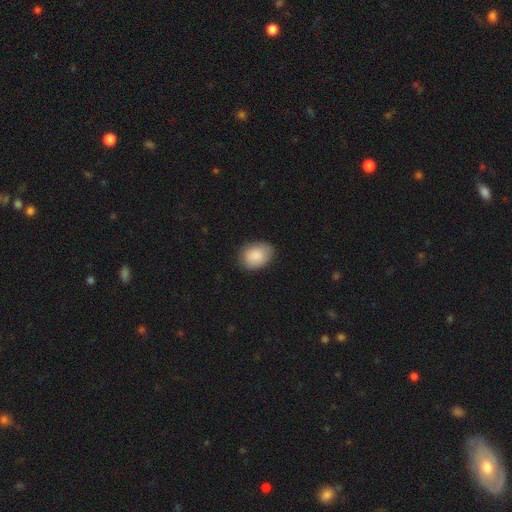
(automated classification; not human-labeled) This is clearly a smooth galaxy (88%). How rounded: likely in between (74%). Merging: clearly none (81%).